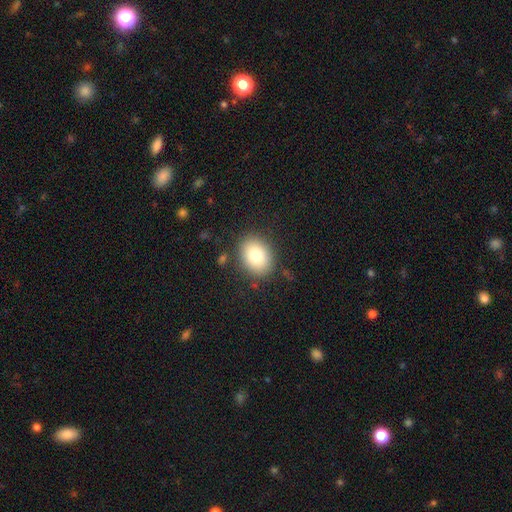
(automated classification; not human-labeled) smooth 80%, featured or disk 10%, star or artifact 9%. Down the decision tree: how rounded — in between (57%); merging — none (85%).